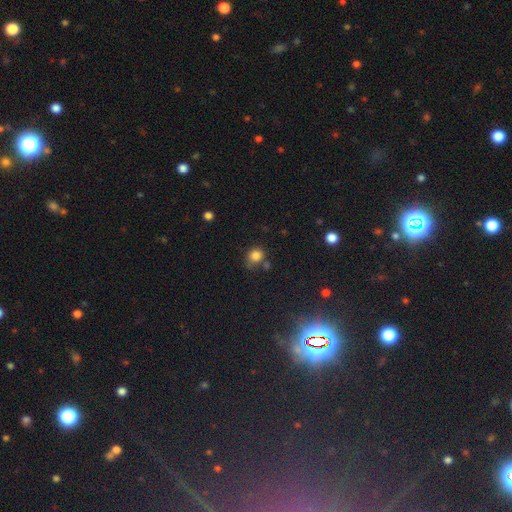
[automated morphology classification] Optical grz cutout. It shows a smooth galaxy with no disk features (80%) that is round (75%). Merging: none (59%).